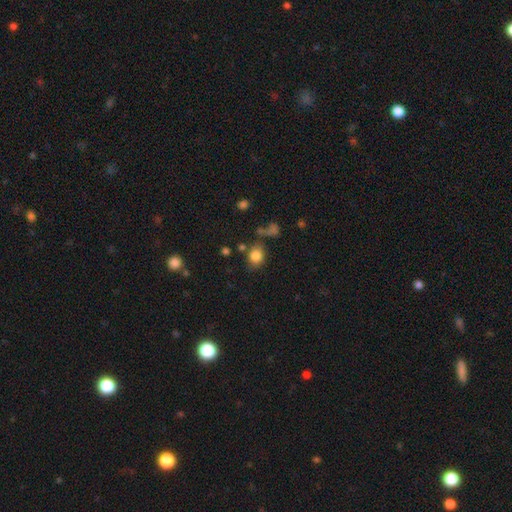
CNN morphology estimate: Smooth or featured? Predicted: smooth (p=0.82). How rounded? Predicted: round (p=0.57). Merging? Predicted: none (p=0.72).